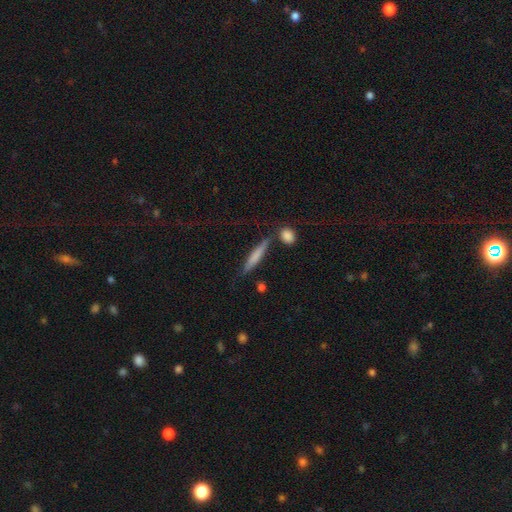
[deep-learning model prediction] smooth_or_featured: smooth (p=0.66) [alt: featured or disk p=0.28]
how_rounded: cigar-shaped (p=0.90) [alt: in between p=0.08]
merging: none (p=0.76) [alt: minor disturbance p=0.14]